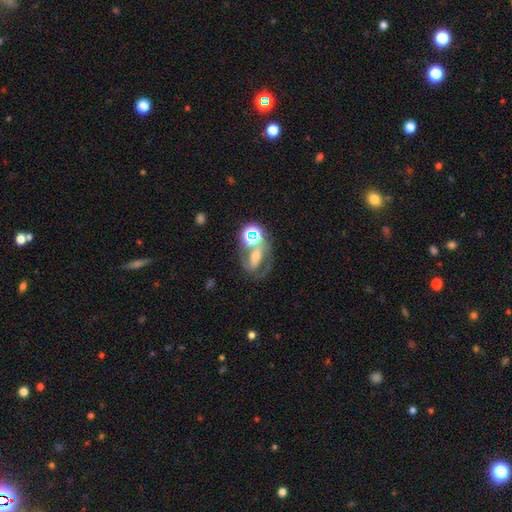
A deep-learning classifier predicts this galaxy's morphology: Smooth or featured? Predicted: featured or disk (p=0.59). Edge-on disk? Predicted: no (p=0.94). Bar? Predicted: strong (p=0.45). Spiral arms? Predicted: yes (p=0.73). Bulge size? Predicted: moderate (p=0.50). Merging? Predicted: none (p=0.49).